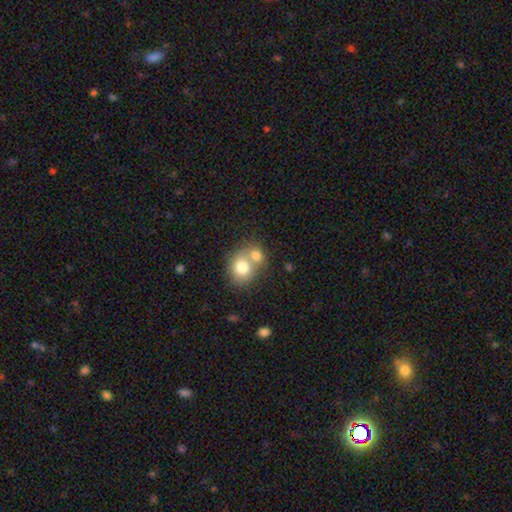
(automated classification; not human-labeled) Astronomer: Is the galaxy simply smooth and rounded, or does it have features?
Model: smooth — 76%.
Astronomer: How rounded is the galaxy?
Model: round — 68%.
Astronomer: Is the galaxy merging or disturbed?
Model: merger — 60%.